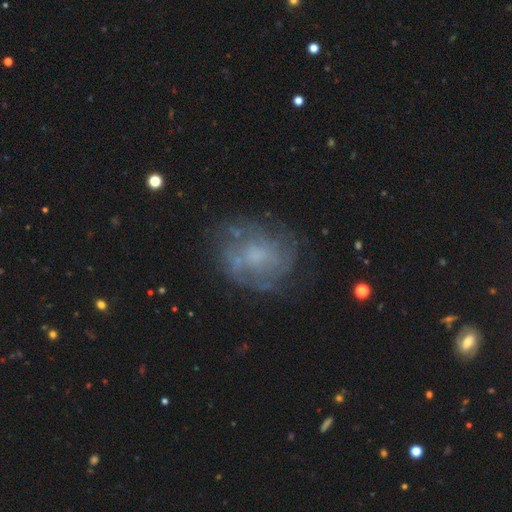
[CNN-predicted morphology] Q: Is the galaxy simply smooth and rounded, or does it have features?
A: featured or disk — 65%.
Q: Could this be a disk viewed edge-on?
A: no — 97%.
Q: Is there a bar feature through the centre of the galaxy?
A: no — 75%.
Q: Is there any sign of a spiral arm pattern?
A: yes — 60%.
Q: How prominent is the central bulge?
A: small — 33%.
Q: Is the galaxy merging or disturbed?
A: none — 67%.